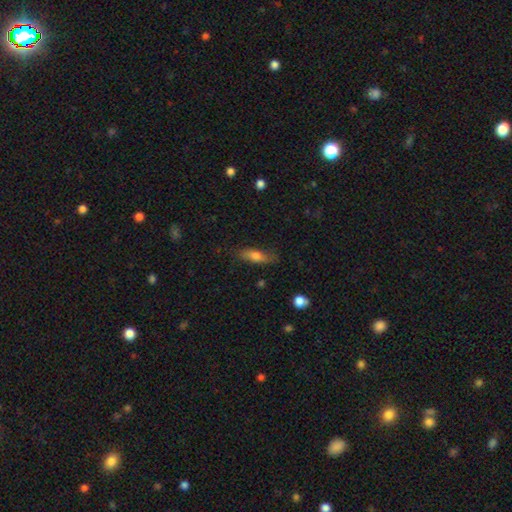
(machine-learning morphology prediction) type=smooth (69%); roundness=in between (52%); merging=none (78%).